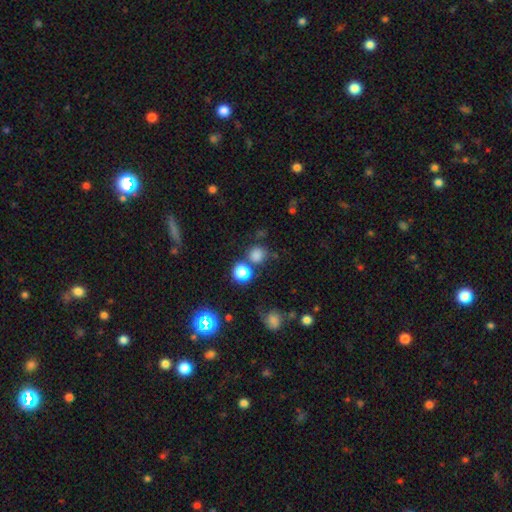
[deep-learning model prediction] Smooth or featured: smooth — 78% (star or artifact — 17%)
How rounded: round — 90% (in between — 9%)
Merging: none — 71% (merger — 15%)